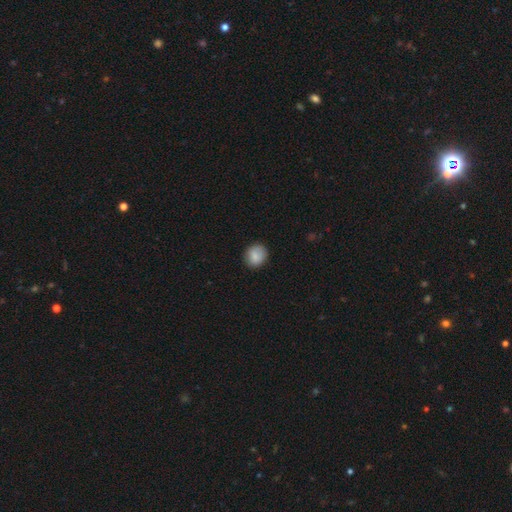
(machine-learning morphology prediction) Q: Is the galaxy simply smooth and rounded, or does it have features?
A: smooth — 86%.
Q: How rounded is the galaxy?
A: round — 72%.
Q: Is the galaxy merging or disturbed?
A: none — 86%.